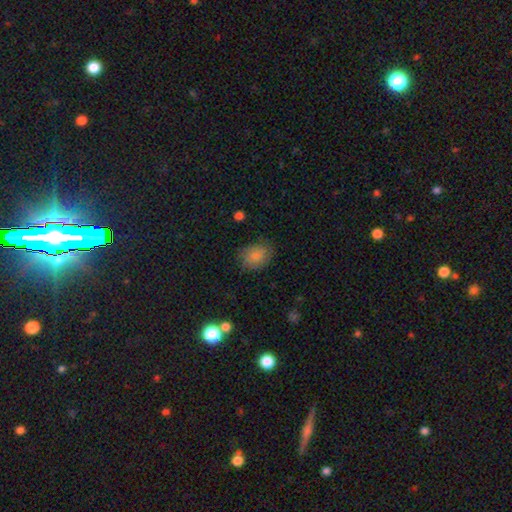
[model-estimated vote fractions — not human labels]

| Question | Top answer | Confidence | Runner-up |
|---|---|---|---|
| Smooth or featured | smooth | 79% | featured or disk (12%) |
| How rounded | in between | 60% | round (39%) |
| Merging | none | 73% | minor disturbance (20%) |